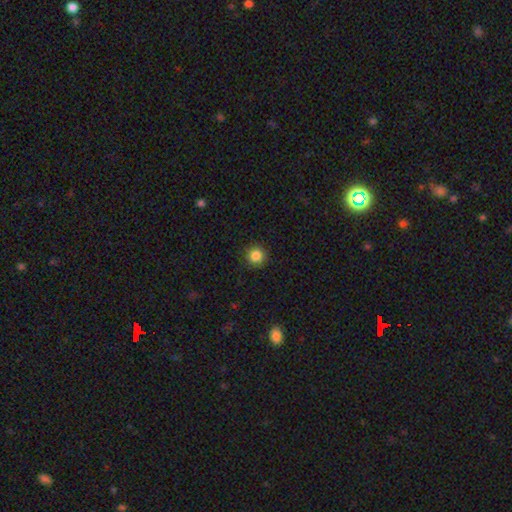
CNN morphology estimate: Smooth or featured: smooth — 85% (star or artifact — 11%)
How rounded: round — 95% (in between — 4%)
Merging: none — 91% (minor disturbance — 7%)